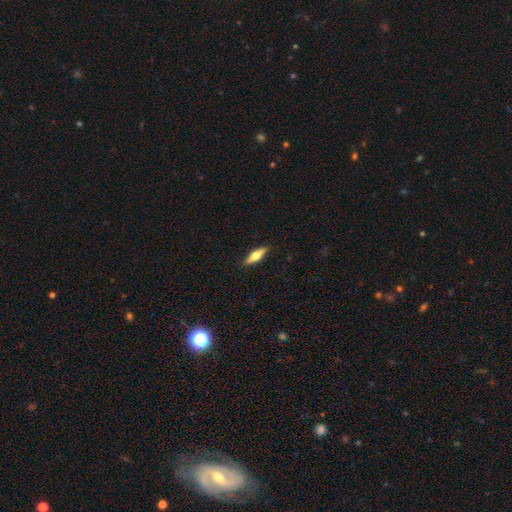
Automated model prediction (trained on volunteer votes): This appears to be a smooth galaxy with no disk features (53%) that is cigar-shaped (56%). Merging: none (89%).